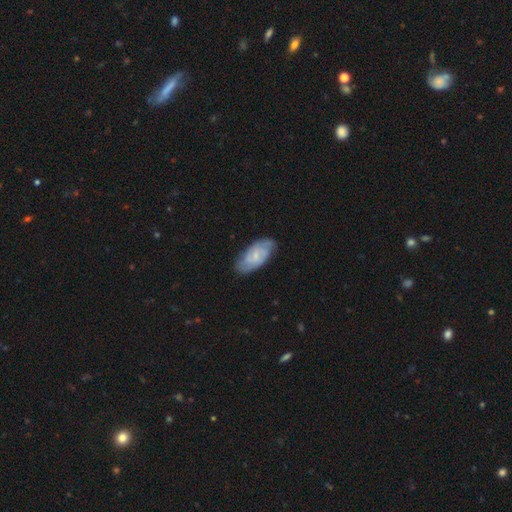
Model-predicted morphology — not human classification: Overall: featured or disk (67%; smooth 27%). Edge-on disk: no (94%). Bar: no (49%; weak 44%). Spiral arms: yes (90%). Spiral arm count: 2 (52%; can't tell 28%). Spiral winding: tight (49%; medium 39%). Bulge size: small (66%). Merging: none (75%).